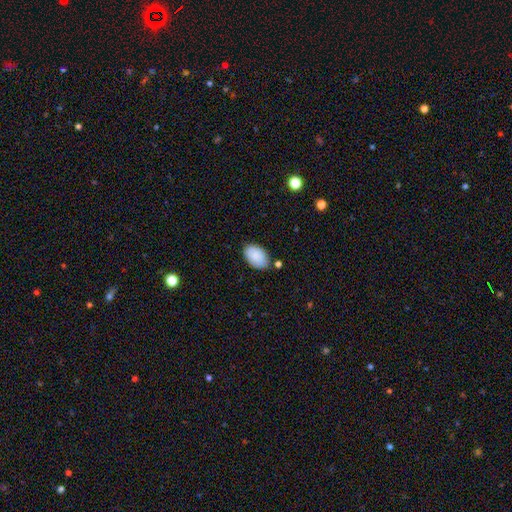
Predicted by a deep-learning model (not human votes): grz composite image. It shows a smooth galaxy with no disk features (89%) that is in between round and cigar-shaped (93%). Merging: none (80%).